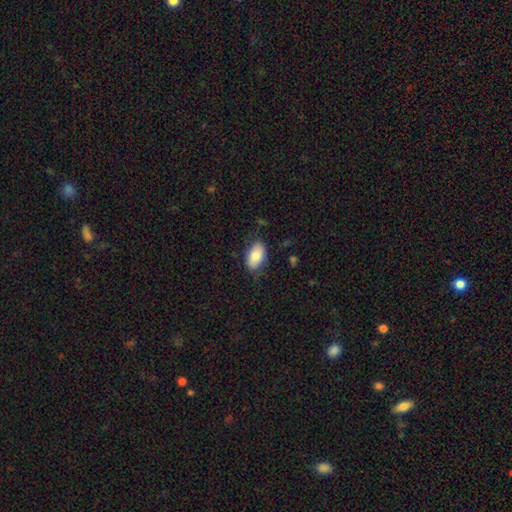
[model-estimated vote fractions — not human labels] Smooth or featured: smooth — 81% (featured or disk — 13%)
How rounded: in between — 94% (round — 4%)
Merging: none — 78% (minor disturbance — 16%)